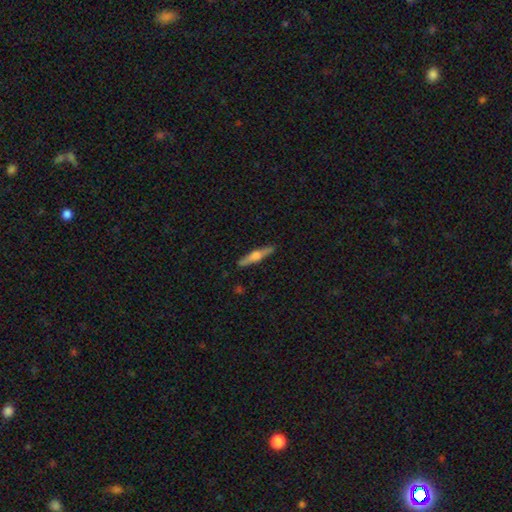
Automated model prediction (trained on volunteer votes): This is possibly a featured or disk galaxy (57%). It is clearly viewed edge-on (96%). Edge-on bulge: clearly rounded (90%). Merging: clearly none (90%).